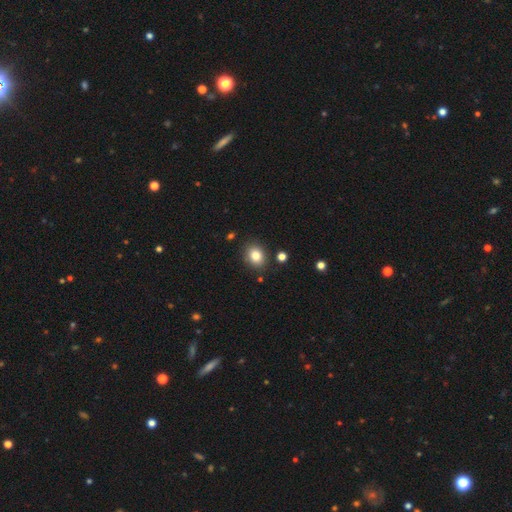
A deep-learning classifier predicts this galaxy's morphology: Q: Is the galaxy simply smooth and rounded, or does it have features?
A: smooth — 83%.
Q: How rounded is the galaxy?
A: round — 52%.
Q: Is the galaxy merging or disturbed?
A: none — 85%.